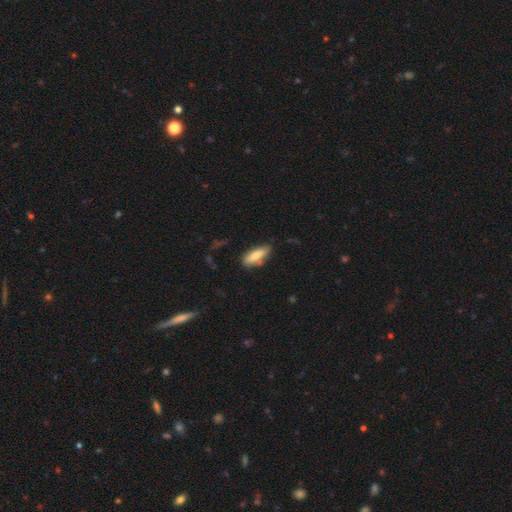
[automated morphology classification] Smooth or featured: smooth — 76% (featured or disk — 17%)
How rounded: in between — 67% (cigar-shaped — 31%)
Merging: none — 69% (minor disturbance — 22%)